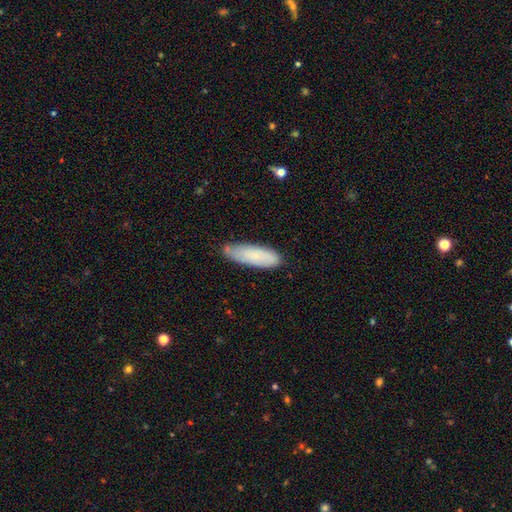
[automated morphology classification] A smooth galaxy with no disk features (72%) that is in between round and cigar-shaped (51%). Merging: none (70%).